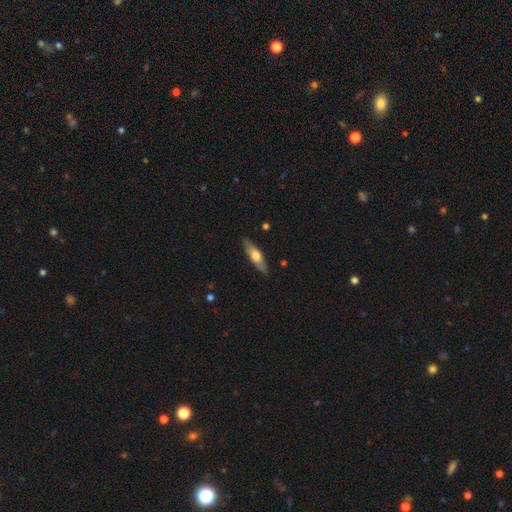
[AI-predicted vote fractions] A featured or disk galaxy (47%, tied with smooth). Merging: none (87%).